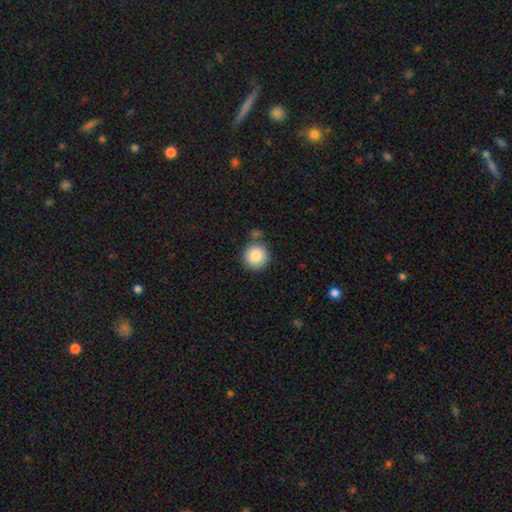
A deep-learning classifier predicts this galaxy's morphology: Smooth or featured? smooth (88%)
How rounded? round (92%)
Merging? none (76%)